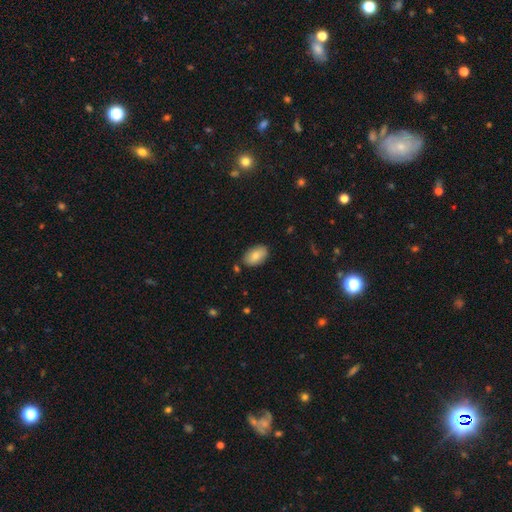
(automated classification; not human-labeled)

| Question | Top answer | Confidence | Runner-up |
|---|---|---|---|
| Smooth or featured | smooth | 82% | featured or disk (11%) |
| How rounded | in between | 94% | round (5%) |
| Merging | none | 83% | minor disturbance (12%) |